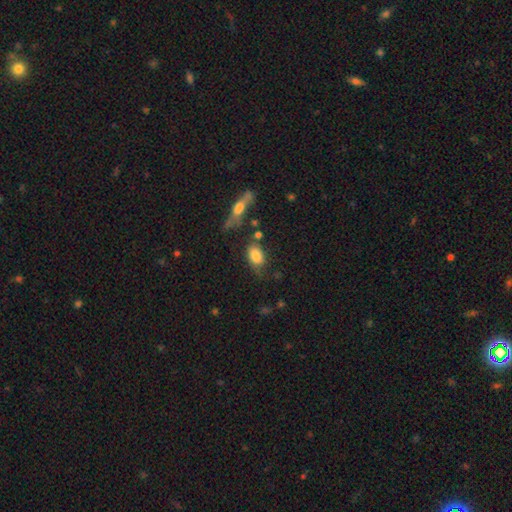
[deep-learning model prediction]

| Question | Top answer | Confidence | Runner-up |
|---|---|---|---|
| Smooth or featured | smooth | 82% | featured or disk (11%) |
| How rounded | in between | 88% | round (9%) |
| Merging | none | 57% | minor disturbance (24%) |